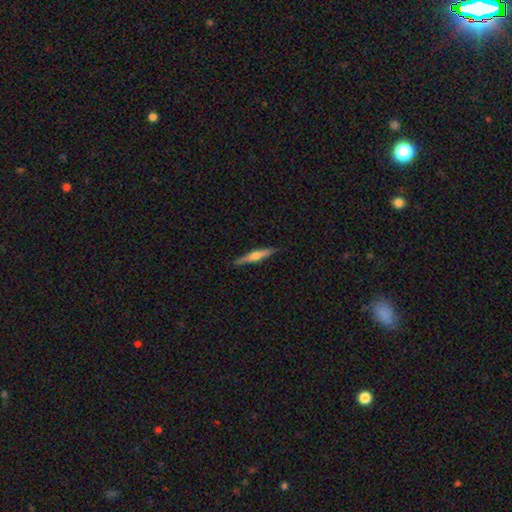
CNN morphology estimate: Overall: featured or disk (60%; smooth 34%). Edge-on disk: yes (97%). Edge-on bulge: rounded (90%). Merging: none (89%).